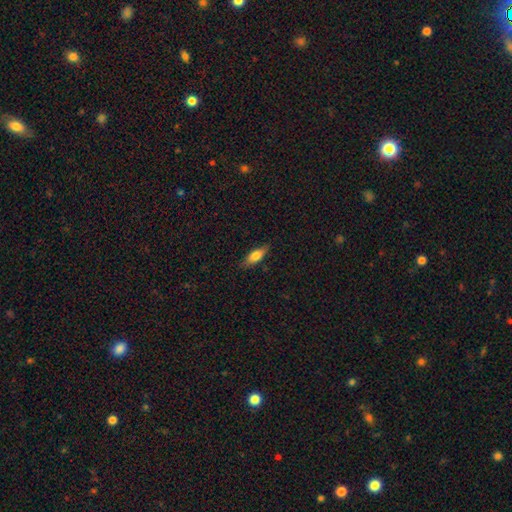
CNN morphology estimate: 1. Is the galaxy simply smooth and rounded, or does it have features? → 70% smooth, 23% featured or disk, 7% star or artifact.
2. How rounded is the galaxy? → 57% in between, 40% cigar-shaped, 3% round.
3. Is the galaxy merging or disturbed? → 83% none, 14% minor disturbance, 3% major disturbance, 1% merger.